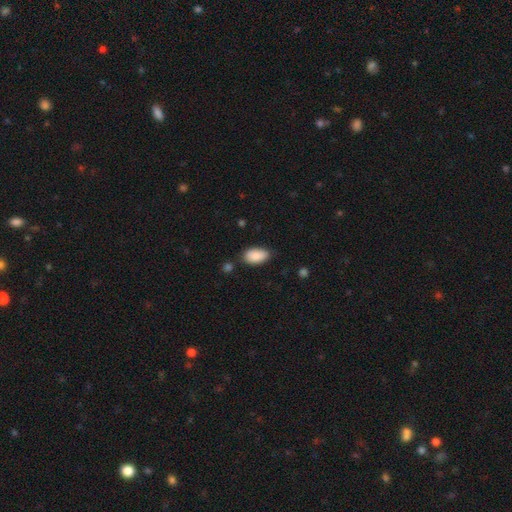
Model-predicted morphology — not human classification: Smooth or featured? Predicted: smooth (p=0.89). How rounded? Predicted: in between (p=0.94). Merging? Predicted: none (p=0.78).